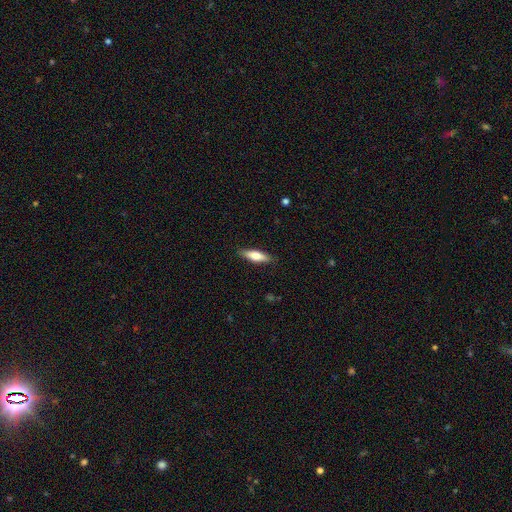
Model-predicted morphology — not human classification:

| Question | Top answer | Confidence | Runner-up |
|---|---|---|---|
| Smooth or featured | smooth | 67% | featured or disk (27%) |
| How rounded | cigar-shaped | 53% | in between (45%) |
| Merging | none | 87% | minor disturbance (10%) |